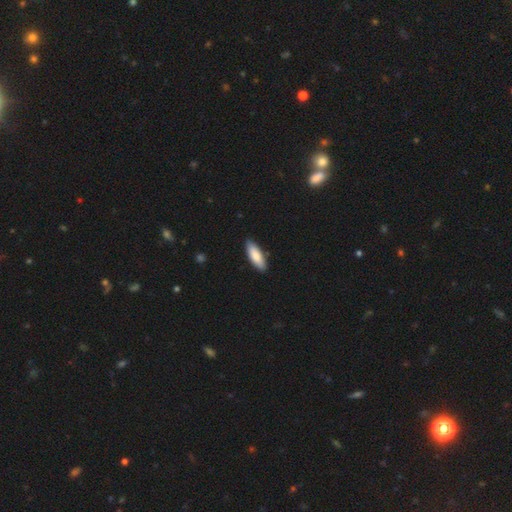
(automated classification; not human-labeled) Smooth or featured? Predicted: smooth (p=0.84). How rounded? Predicted: in between (p=0.61). Merging? Predicted: none (p=0.89).